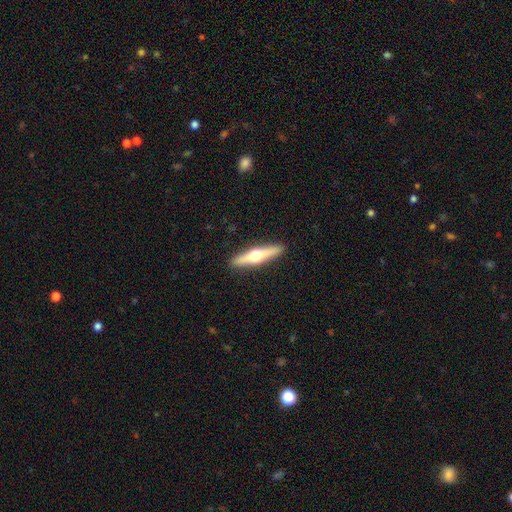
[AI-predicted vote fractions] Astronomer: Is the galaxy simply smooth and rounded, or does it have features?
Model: featured or disk — 60%.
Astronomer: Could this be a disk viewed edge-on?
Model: yes — 96%.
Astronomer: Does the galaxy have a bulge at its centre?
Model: rounded — 95%.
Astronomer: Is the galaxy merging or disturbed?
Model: none — 91%.